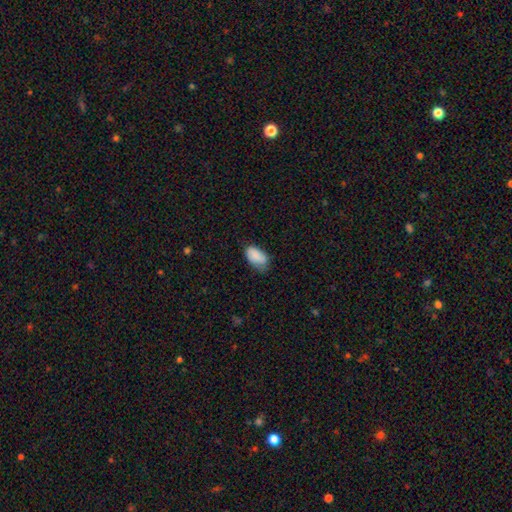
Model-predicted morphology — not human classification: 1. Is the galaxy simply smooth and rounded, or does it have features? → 87% smooth, 7% star or artifact, 7% featured or disk.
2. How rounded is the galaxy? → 94% in between, 4% round, 2% cigar-shaped.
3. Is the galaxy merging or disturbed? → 59% none, 32% minor disturbance, 7% major disturbance, 1% merger.